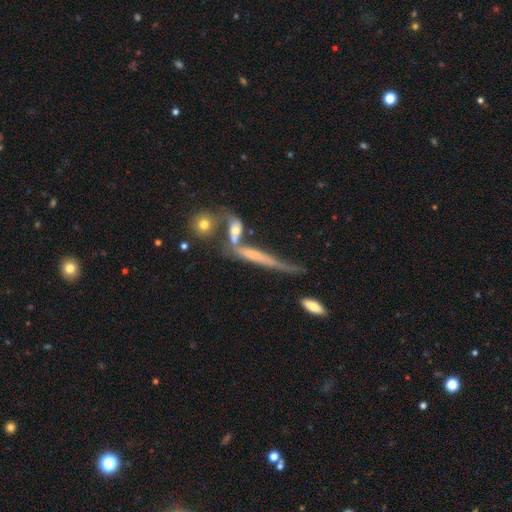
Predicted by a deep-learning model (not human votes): smooth_or_featured: featured or disk (p=0.47) [alt: smooth p=0.43]
merging: merger (p=0.35) [alt: none p=0.28]